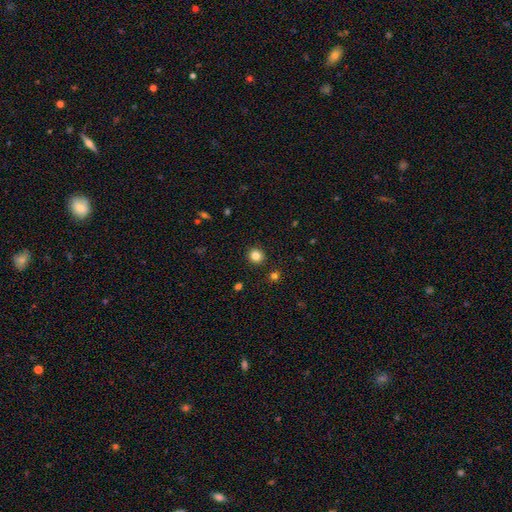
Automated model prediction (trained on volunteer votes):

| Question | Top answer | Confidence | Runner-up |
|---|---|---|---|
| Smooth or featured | smooth | 83% | star or artifact (12%) |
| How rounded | round | 91% | in between (8%) |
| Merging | none | 91% | minor disturbance (5%) |